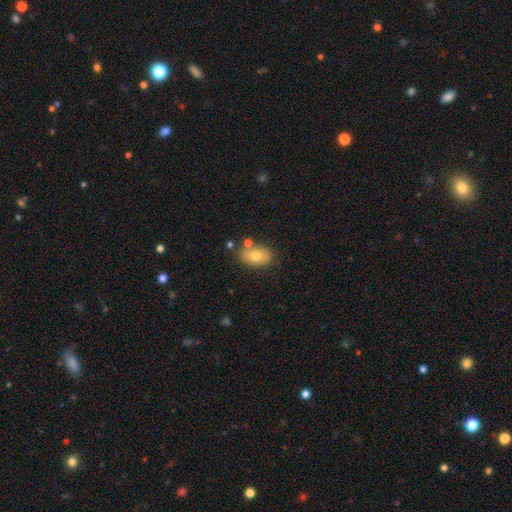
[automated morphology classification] A smooth galaxy with no disk features (73%) that is in between round and cigar-shaped (87%).

Vote fractions:
- Smooth or featured? smooth: 73% / featured or disk: 19% / star or artifact: 8%
- How rounded? in between: 87% / round: 10% / cigar-shaped: 2%
- Merging? none: 73% / minor disturbance: 15% / merger: 9% / major disturbance: 4%